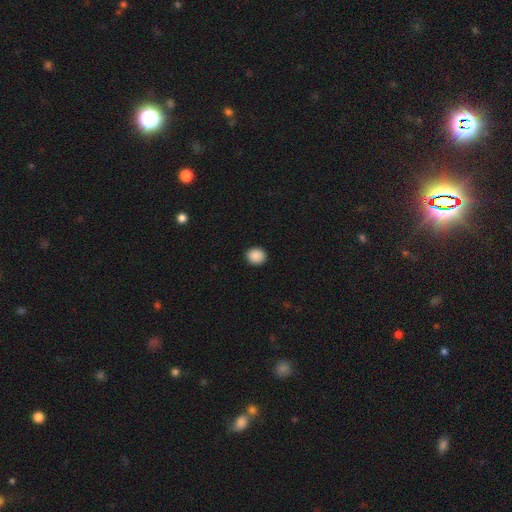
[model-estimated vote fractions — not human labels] The model was most divided on "how rounded": round: 77%, in between: 22%, cigar-shaped: 1%. More confident: merging — none (91%); smooth or featured — smooth (90%).